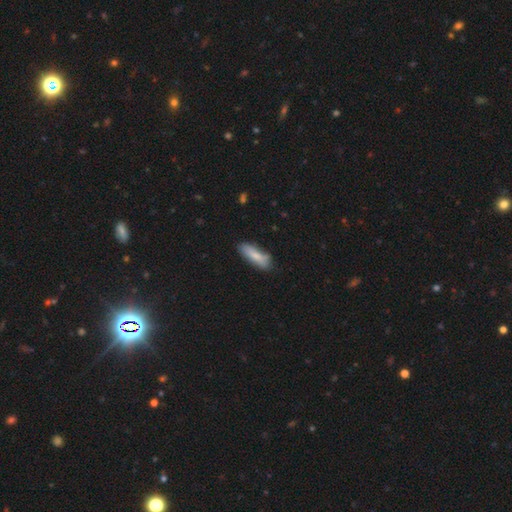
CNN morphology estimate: Smooth or featured? smooth (80%)
How rounded? in between (50%)
Merging? none (74%)